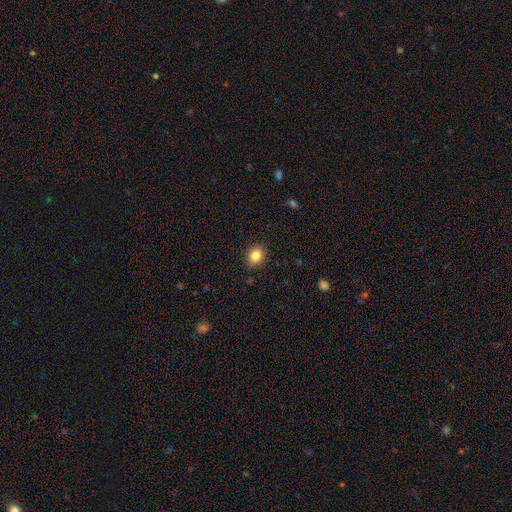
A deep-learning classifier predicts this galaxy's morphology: smooth_or_featured: smooth (p=0.85) [alt: star or artifact p=0.10]
how_rounded: round (p=0.62) [alt: in between p=0.37]
merging: none (p=0.89) [alt: minor disturbance p=0.08]